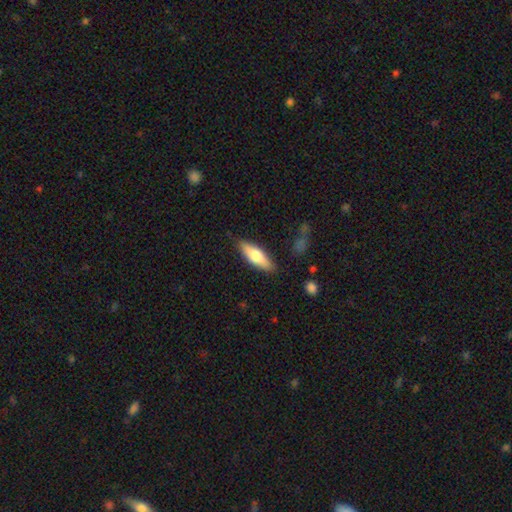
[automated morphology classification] Q: Smooth or featured?
A: smooth (65%); runner-up: featured or disk (29%)
Q: How rounded?
A: in between (55%); runner-up: cigar-shaped (43%)
Q: Merging?
A: none (84%); runner-up: minor disturbance (11%)